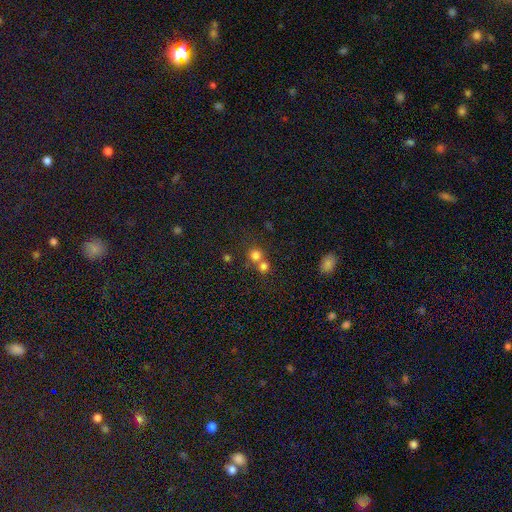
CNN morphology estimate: A smooth galaxy with no disk features (76%) that is round (89%).

Vote fractions:
- Smooth or featured? smooth: 76% / star or artifact: 15% / featured or disk: 8%
- How rounded? round: 89% / in between: 10% / cigar-shaped: 1%
- Merging? merger: 47% / none: 45% / minor disturbance: 5% / major disturbance: 2%